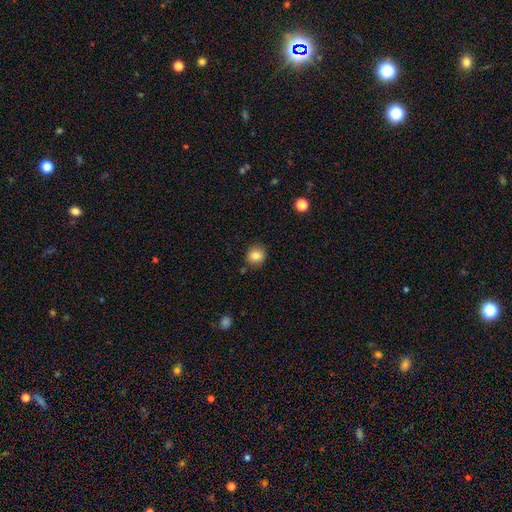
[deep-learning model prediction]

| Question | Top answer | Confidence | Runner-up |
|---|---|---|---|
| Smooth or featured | smooth | 83% | star or artifact (10%) |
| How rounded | round | 81% | in between (18%) |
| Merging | none | 84% | minor disturbance (10%) |